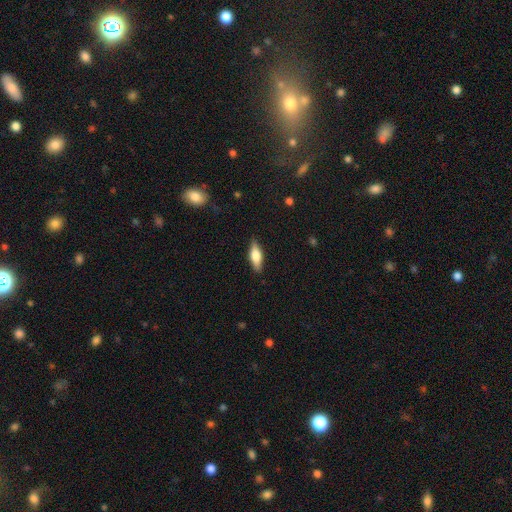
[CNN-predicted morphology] smooth 63%, featured or disk 30%, star or artifact 6%. Down the decision tree: how rounded — in between (61%); merging — none (87%).